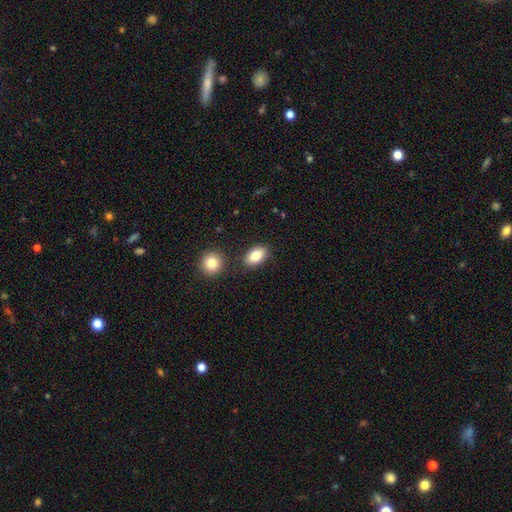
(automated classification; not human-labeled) The model was most divided on "merging": none: 82%, minor disturbance: 9%, merger: 6%, major disturbance: 3%. More confident: how rounded — in between (90%); smooth or featured — smooth (84%).